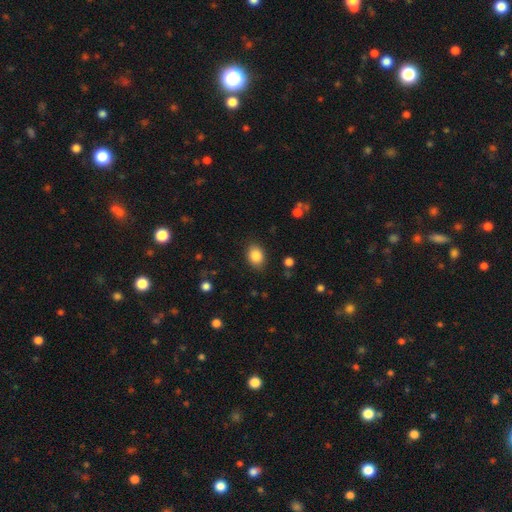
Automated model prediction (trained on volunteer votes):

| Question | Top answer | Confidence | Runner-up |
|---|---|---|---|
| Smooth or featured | smooth | 87% | star or artifact (8%) |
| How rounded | in between | 67% | round (32%) |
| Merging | none | 85% | minor disturbance (10%) |